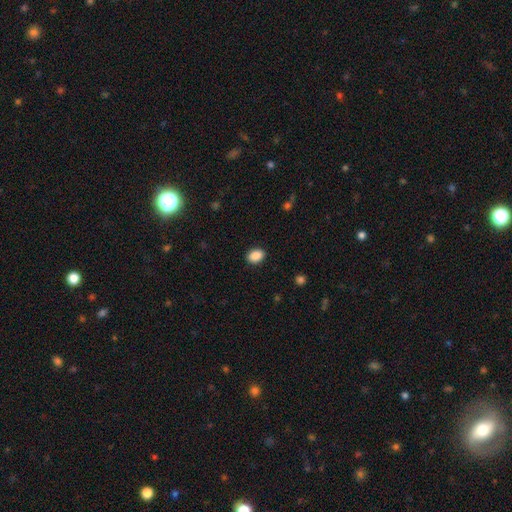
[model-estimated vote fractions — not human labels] Q: Smooth or featured?
A: smooth (89%); runner-up: star or artifact (8%)
Q: How rounded?
A: in between (75%); runner-up: round (24%)
Q: Merging?
A: none (89%); runner-up: minor disturbance (8%)